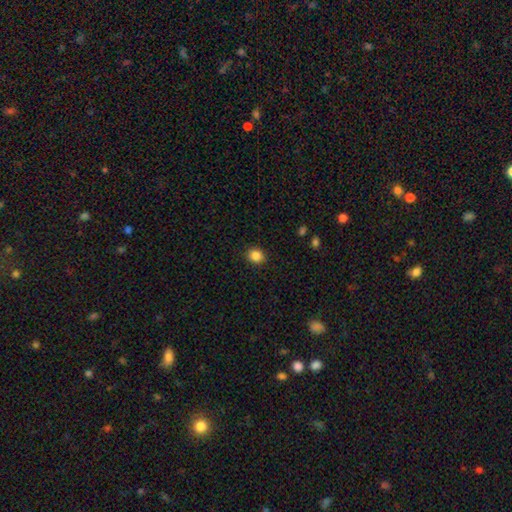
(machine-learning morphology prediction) Smooth or featured? Predicted: smooth (p=0.86). How rounded? Predicted: round (p=0.78). Merging? Predicted: none (p=0.91).